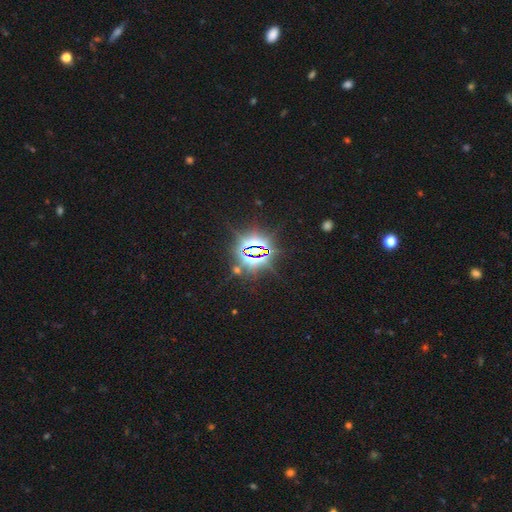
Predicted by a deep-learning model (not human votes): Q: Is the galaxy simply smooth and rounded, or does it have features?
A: star or artifact — 86%.